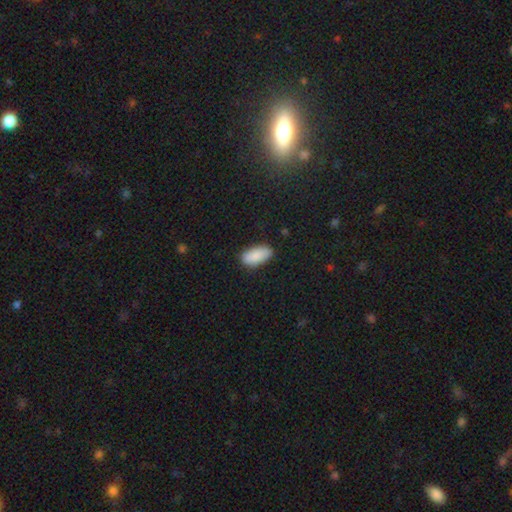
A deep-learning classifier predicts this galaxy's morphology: A smooth galaxy with no disk features (89%) that is in between round and cigar-shaped (92%). Merging: none (84%).